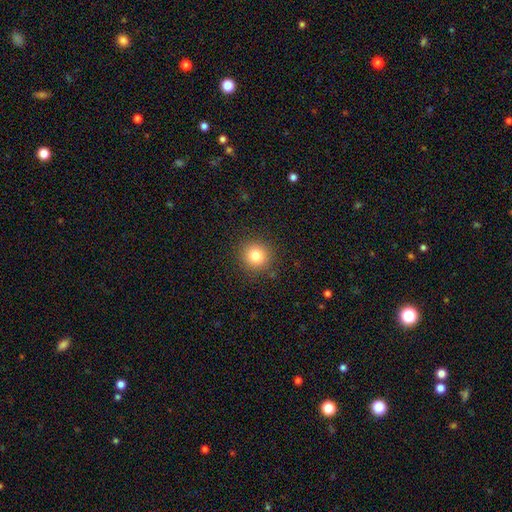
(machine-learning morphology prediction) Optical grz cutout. It shows a smooth galaxy with no disk features (81%) that is round (92%). Merging: none (89%).